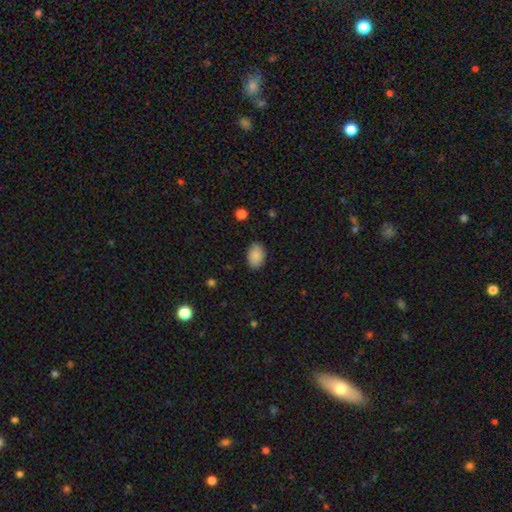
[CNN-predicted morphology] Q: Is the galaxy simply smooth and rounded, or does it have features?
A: smooth — 88%.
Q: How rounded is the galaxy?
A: in between — 85%.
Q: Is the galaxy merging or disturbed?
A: none — 84%.